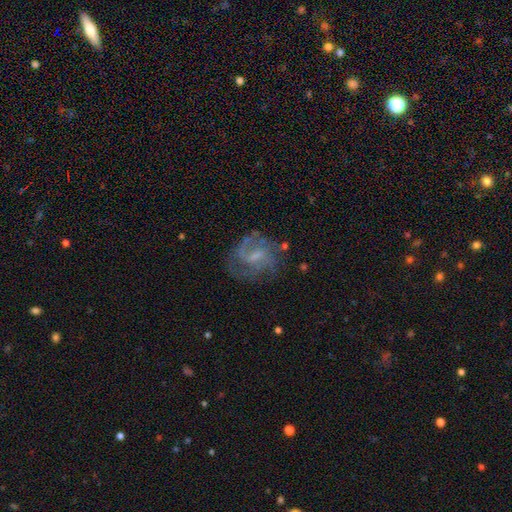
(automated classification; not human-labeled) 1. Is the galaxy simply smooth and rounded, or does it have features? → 76% featured or disk, 16% smooth, 8% star or artifact.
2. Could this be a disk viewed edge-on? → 97% no, 3% yes.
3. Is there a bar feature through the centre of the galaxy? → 58% weak, 27% no, 15% strong.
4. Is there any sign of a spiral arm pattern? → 89% yes, 11% no.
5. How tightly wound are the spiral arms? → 48% medium, 26% loose, 26% tight.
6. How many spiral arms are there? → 45% 2, 24% can't tell, 16% 3, 8% 1, 4% 4, 3% more than 4.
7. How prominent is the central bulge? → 48% small, 25% moderate, 24% none, 2% large, 1% dominant.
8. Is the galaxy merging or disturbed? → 65% none, 19% minor disturbance, 14% major disturbance, 2% merger.